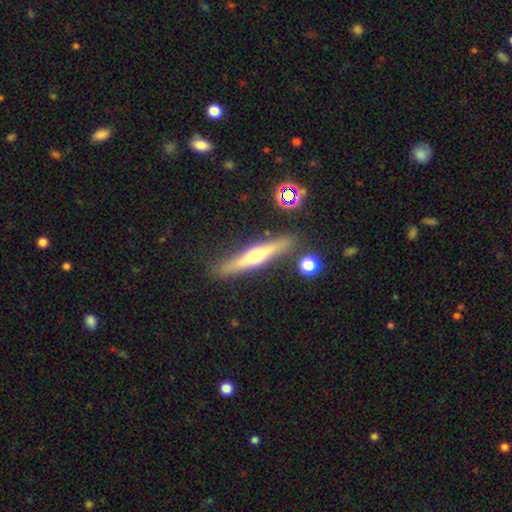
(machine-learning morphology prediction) Smooth or featured: featured or disk — 61% (smooth — 32%)
Edge-on disk: yes — 95% (no — 5%)
Edge-on bulge: rounded — 90% (none — 6%)
Merging: none — 84% (minor disturbance — 10%)